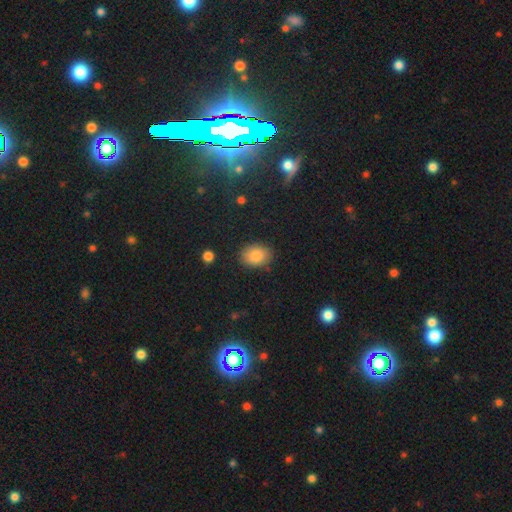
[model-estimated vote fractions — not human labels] This appears to be a smooth galaxy with no disk features (84%) that is in between round and cigar-shaped (67%). Merging: none (86%).